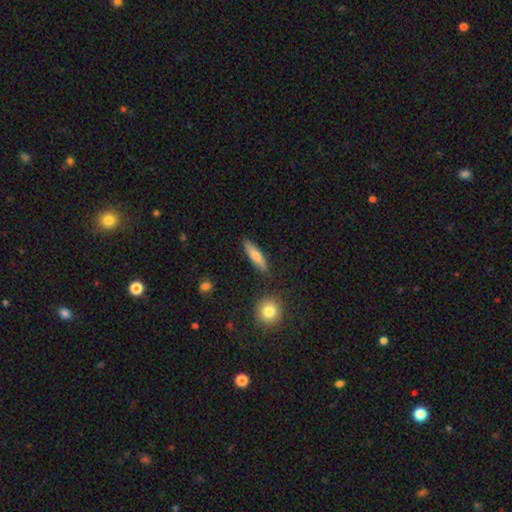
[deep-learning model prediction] Smooth or featured? Predicted: smooth (p=0.69). How rounded? Predicted: cigar-shaped (p=0.73). Merging? Predicted: none (p=0.87).